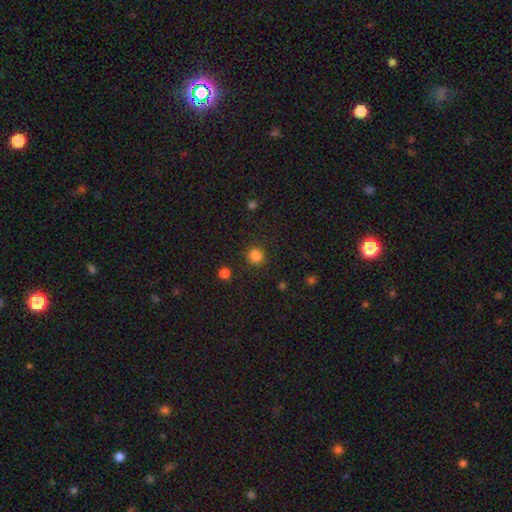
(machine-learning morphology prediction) A smooth galaxy with no disk features (85%) that is round (91%). Merging: none (90%).